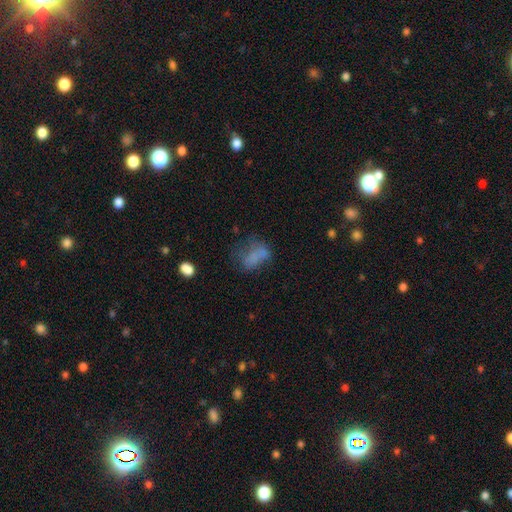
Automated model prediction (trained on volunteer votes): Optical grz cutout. It shows a smooth galaxy with no disk features (62%) that is in between round and cigar-shaped (81%). Merging: none (34%).